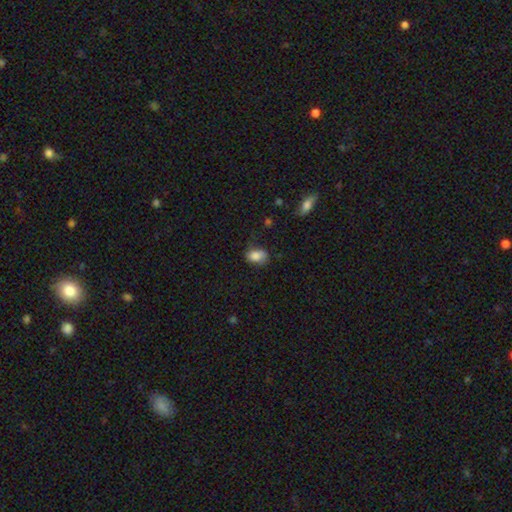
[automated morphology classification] smooth 83%, star or artifact 9%, featured or disk 8%. Down the decision tree: how rounded — in between (84%); merging — none (57%).